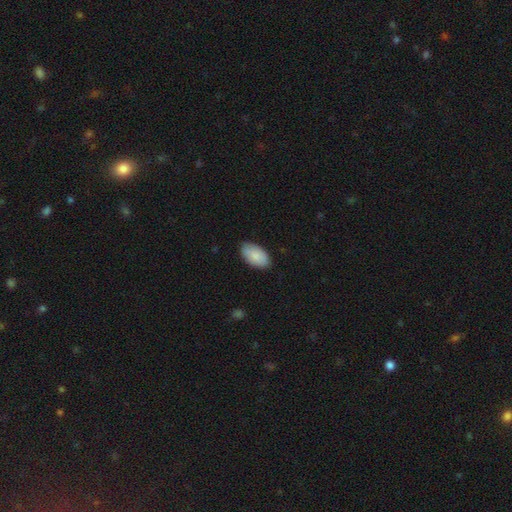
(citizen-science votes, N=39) Morphology: type=smooth (90%); roundness=in between (97%); merging=none (79%).